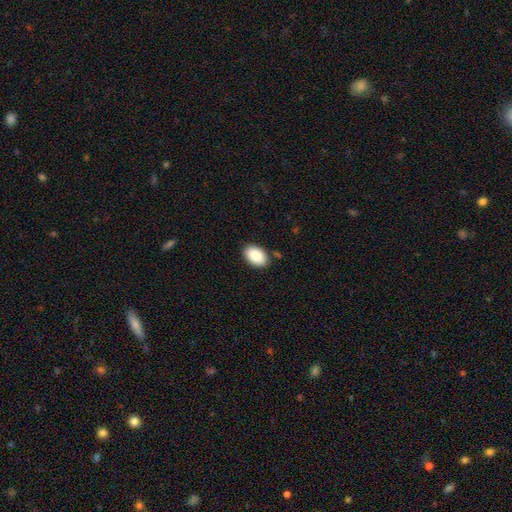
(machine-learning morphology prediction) A smooth galaxy with no disk features (88%) that is in between round and cigar-shaped (90%). Merging: none (86%).